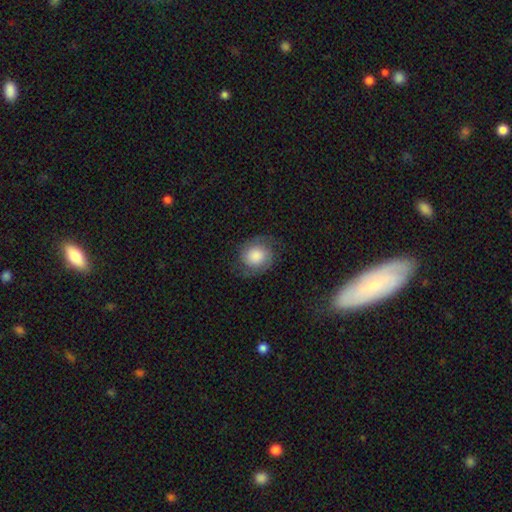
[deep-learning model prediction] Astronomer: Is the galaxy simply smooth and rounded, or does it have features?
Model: smooth — 54% (runner-up: featured or disk, 37%).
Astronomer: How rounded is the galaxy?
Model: round — 76%.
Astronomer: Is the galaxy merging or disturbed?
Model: none — 75%.